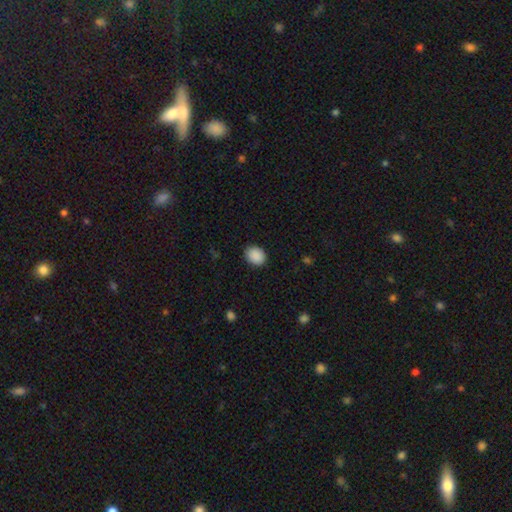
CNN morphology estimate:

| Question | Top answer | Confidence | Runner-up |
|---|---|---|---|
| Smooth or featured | smooth | 90% | star or artifact (8%) |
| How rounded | round | 57% | in between (42%) |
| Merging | none | 88% | minor disturbance (9%) |